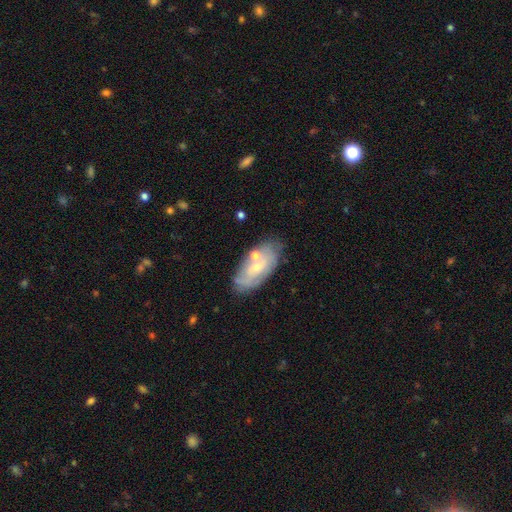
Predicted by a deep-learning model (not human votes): The model was most divided on "smooth or featured": featured or disk: 54%, smooth: 38%, star or artifact: 8%. More confident: edge-on disk — no (90%); merging — none (64%).